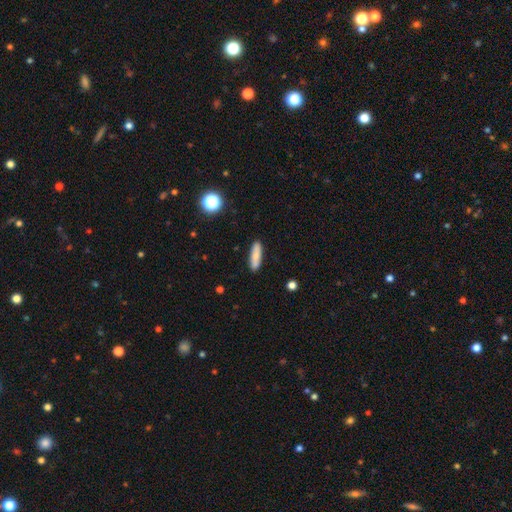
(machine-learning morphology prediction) Smooth or featured? smooth (81%)
How rounded? cigar-shaped (66%)
Merging? none (88%)